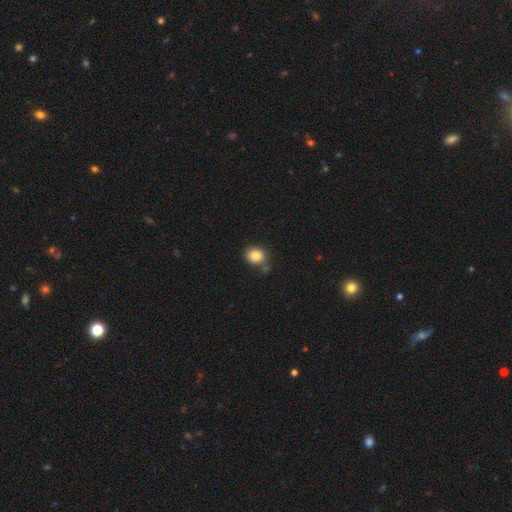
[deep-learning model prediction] smooth_or_featured: smooth (p=0.84) [alt: star or artifact p=0.10]
how_rounded: round (p=0.70) [alt: in between p=0.29]
merging: none (p=0.71) [alt: minor disturbance p=0.16]